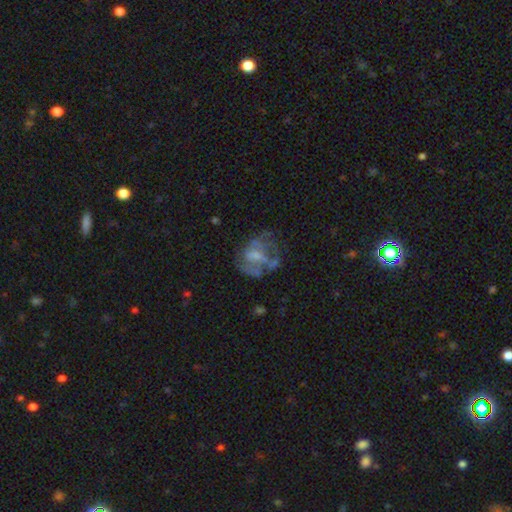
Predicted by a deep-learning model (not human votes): smooth-or-featured: featured or disk: 62% | smooth: 27% | star or artifact: 11%
  disk-edge-on: no: 98% | yes: 2%
    bar: no: 57% | weak: 35% | strong: 8%
    has-spiral-arms: no: 59% | yes: 41%
    bulge-size: none: 32% | small: 31% | moderate: 31% | large: 6% | dominant: 1%
  merging: none: 40% | major disturbance: 34% | minor disturbance: 21% | merger: 5%